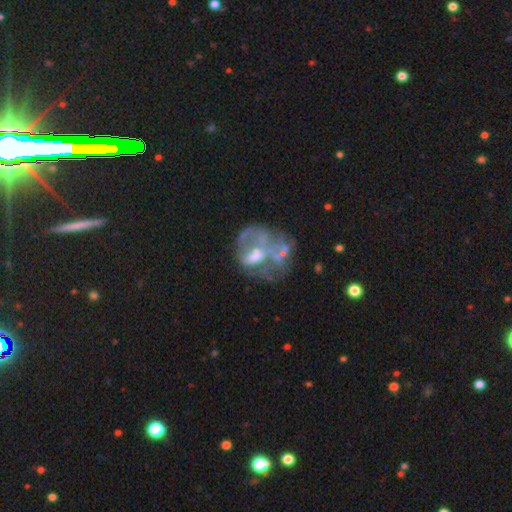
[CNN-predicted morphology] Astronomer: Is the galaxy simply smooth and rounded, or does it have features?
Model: featured or disk — 63%.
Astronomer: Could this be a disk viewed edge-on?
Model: no — 98%.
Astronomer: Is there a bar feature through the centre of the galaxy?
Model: no — 80%.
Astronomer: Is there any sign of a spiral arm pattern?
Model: no — 84%.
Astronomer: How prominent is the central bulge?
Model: moderate — 39% (runner-up: none, 34%).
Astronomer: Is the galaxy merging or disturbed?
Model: major disturbance — 35% (runner-up: none, 30%).